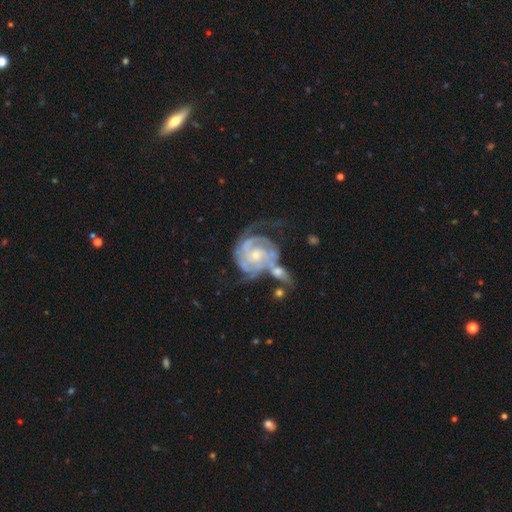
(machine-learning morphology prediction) A featured or disk galaxy (88%) with no bar (68%), 2 (32%) tight (65%) spiral arms (96%) and a small central bulge (62%).

Vote fractions:
- Smooth or featured? featured or disk: 88% / smooth: 7% / star or artifact: 5%
- Edge-on disk? no: 98% / yes: 2%
- Bar? no: 68% / weak: 26% / strong: 6%
- Spiral arms? yes: 96% / no: 4%
- Spiral winding? tight: 65% / medium: 27% / loose: 7%
- Spiral arm count? 2: 32% / can't tell: 25% / 3: 25% / 4: 7% / 1: 6% / more than 4: 5%
- Bulge size? small: 62% / moderate: 33% / none: 2% / large: 2% / dominant: 1%
- Merging? none: 33% / merger: 27% / major disturbance: 22% / minor disturbance: 18%